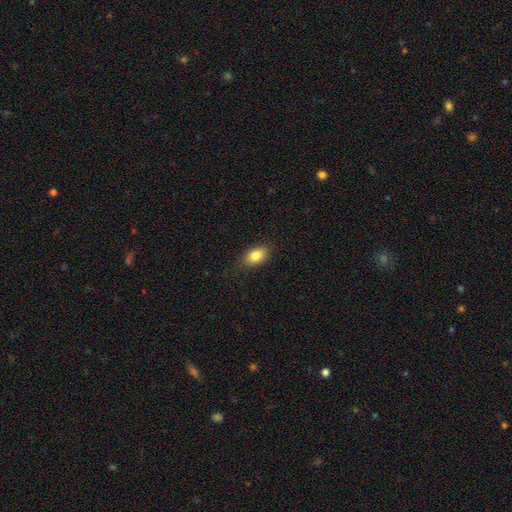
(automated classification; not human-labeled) Smooth or featured? Predicted: smooth (p=0.83). How rounded? Predicted: in between (p=0.85). Merging? Predicted: none (p=0.83).